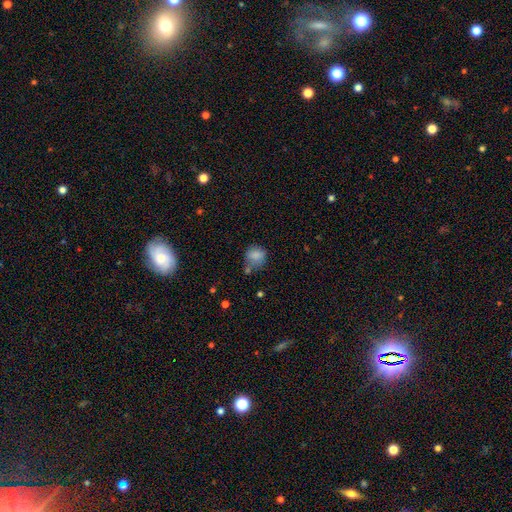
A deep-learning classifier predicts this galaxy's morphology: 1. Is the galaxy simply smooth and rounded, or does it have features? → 82% smooth, 10% star or artifact, 8% featured or disk.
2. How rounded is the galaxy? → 74% round, 25% in between, 1% cigar-shaped.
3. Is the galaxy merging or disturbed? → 57% none, 23% minor disturbance, 12% merger, 8% major disturbance.